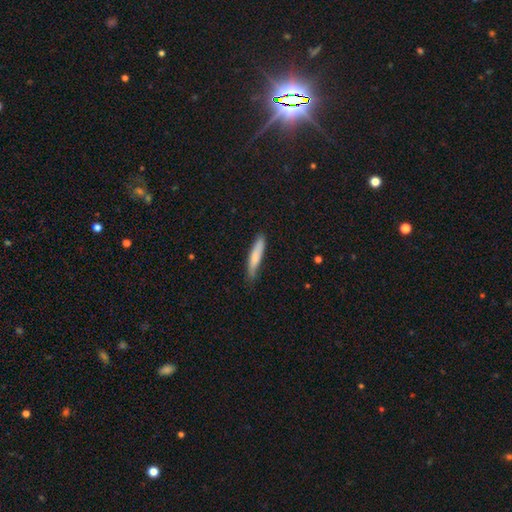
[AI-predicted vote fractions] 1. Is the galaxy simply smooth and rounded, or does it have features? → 78% smooth, 17% featured or disk, 6% star or artifact.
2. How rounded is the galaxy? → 88% cigar-shaped, 10% in between, 1% round.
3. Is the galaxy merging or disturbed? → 73% none, 22% minor disturbance, 3% major disturbance, 2% merger.